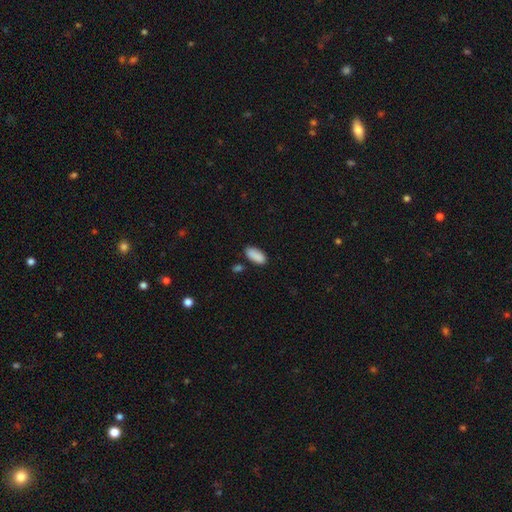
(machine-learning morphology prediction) smooth 90%, star or artifact 7%, featured or disk 4%. Down the decision tree: how rounded — in between (87%); merging — none (81%).